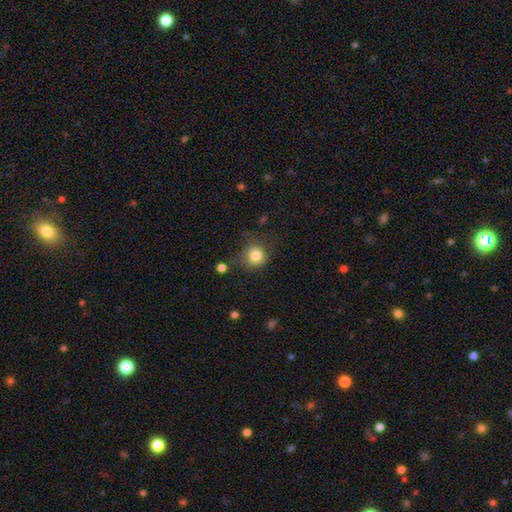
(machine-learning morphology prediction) smooth 82%, star or artifact 11%, featured or disk 8%. Down the decision tree: how rounded — round (91%); merging — none (73%).